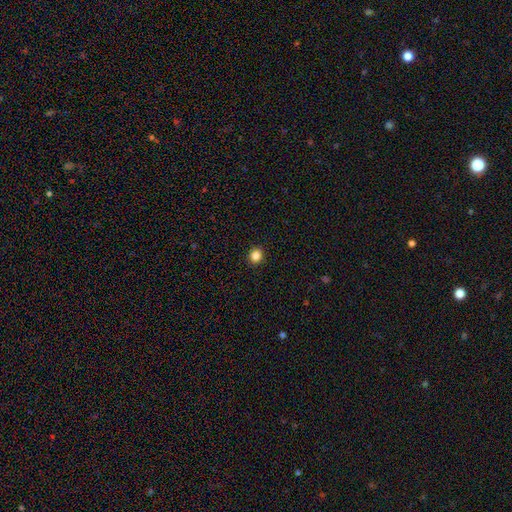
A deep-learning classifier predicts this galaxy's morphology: This appears to be a smooth galaxy with no disk features (84%) that is round (80%). Merging: none (92%).